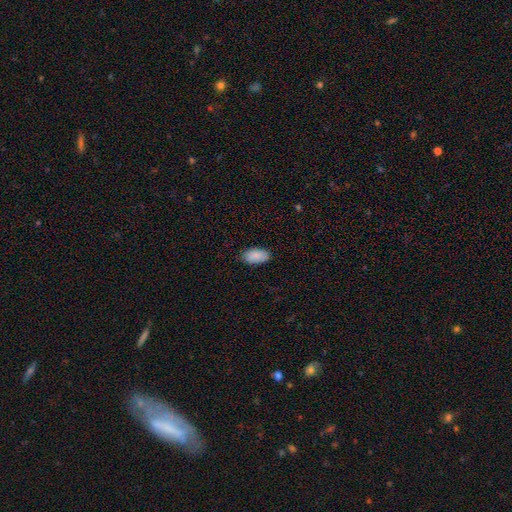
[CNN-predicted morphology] smooth-or-featured: smooth: 89% | star or artifact: 6% | featured or disk: 4%
  how-rounded: in between: 95% | round: 3% | cigar-shaped: 2%
  merging: none: 85% | minor disturbance: 12% | major disturbance: 2% | merger: 1%